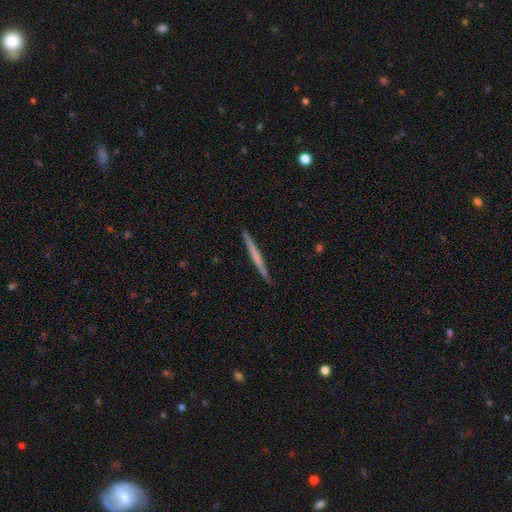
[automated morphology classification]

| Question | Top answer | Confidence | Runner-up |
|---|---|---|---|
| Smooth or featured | smooth | 48% | featured or disk (47%) |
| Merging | none | 90% | minor disturbance (7%) |